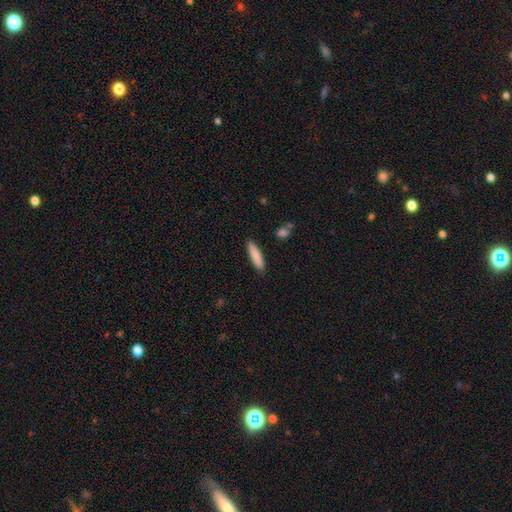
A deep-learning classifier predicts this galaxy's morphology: This is clearly a smooth galaxy (85%). How rounded: likely cigar-shaped (80%). Merging: clearly none (88%).